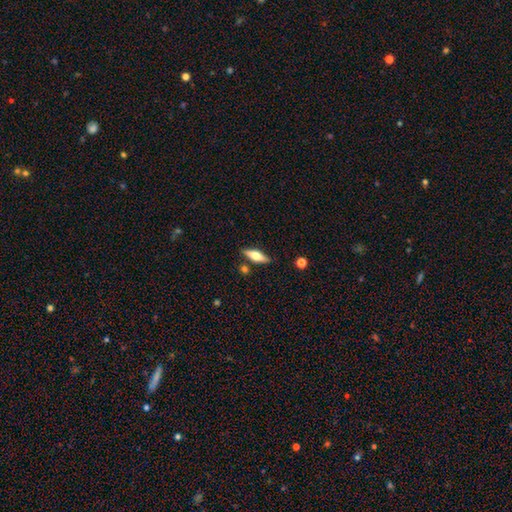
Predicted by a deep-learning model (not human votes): smooth-or-featured: smooth: 48% | featured or disk: 46% | star or artifact: 6%
  merging: none: 82% | minor disturbance: 11% | merger: 5% | major disturbance: 3%